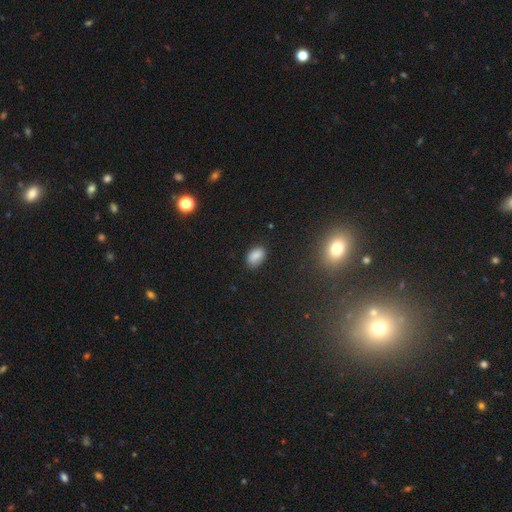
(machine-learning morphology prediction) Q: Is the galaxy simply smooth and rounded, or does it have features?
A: smooth — 84%.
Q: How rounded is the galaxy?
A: in between — 89%.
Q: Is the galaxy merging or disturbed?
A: none — 79%.